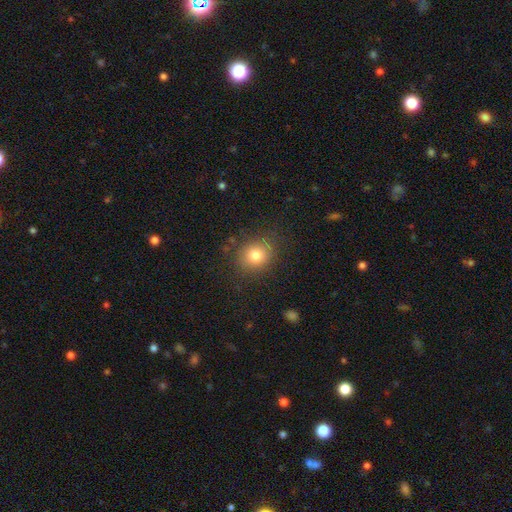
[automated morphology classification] This is likely a smooth galaxy (79%). How rounded: likely round (71%). Merging: clearly none (81%).